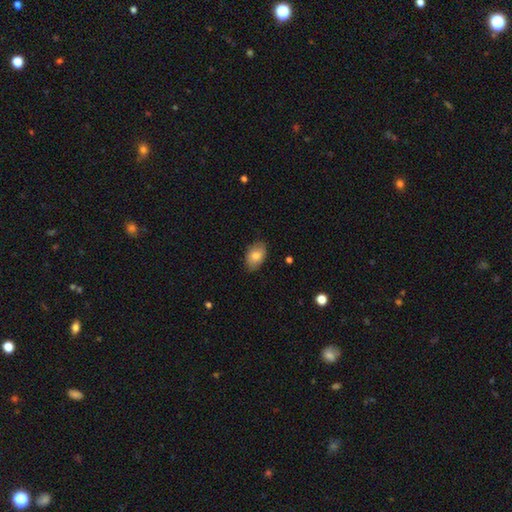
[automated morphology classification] A smooth galaxy with no disk features (80%) that is in between round and cigar-shaped (88%). Merging: none (81%).